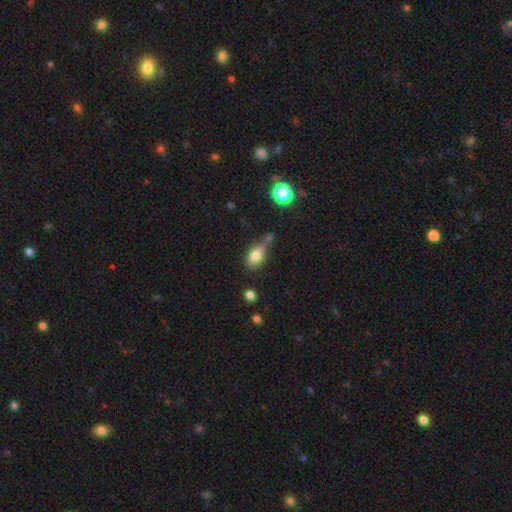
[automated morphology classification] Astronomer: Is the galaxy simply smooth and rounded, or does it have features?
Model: smooth — 77%.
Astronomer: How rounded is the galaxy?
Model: in between — 84%.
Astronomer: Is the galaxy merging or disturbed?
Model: none — 47% (runner-up: minor disturbance, 23%).